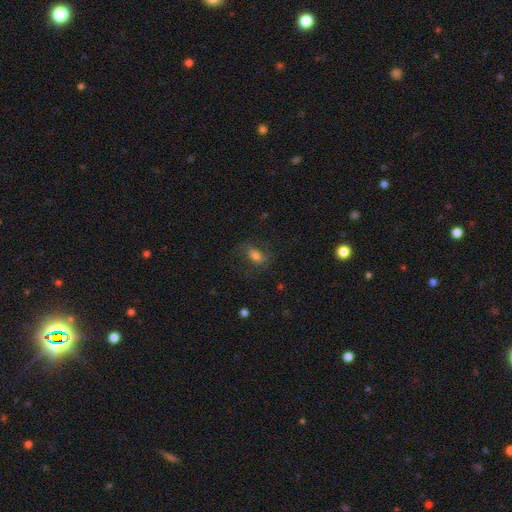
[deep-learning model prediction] A smooth galaxy with no disk features (63%) that is in between round and cigar-shaped (81%).

Vote fractions:
- Smooth or featured? smooth: 63% / featured or disk: 25% / star or artifact: 12%
- How rounded? in between: 81% / round: 11% / cigar-shaped: 8%
- Merging? none: 62% / minor disturbance: 20% / major disturbance: 17% / merger: 2%